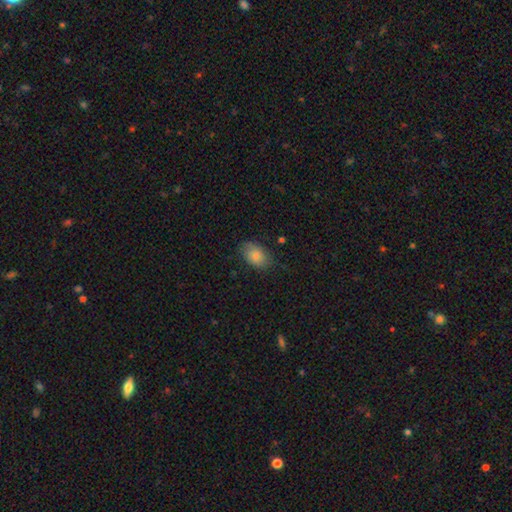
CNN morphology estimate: Smooth or featured: smooth — 83% (featured or disk — 10%)
How rounded: in between — 86% (round — 12%)
Merging: none — 75% (minor disturbance — 19%)